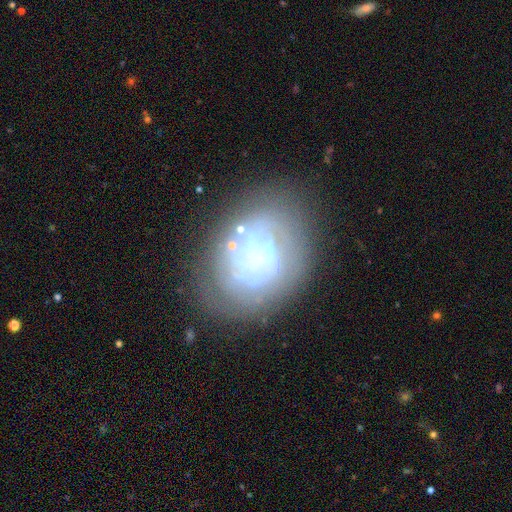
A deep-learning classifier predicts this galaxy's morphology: featured or disk 65%, smooth 23%, star or artifact 12%. Down the decision tree: edge-on disk — no (97%); bar — no (76%); spiral arms — yes (59%); bulge size — none (52%); merging — none (66%).